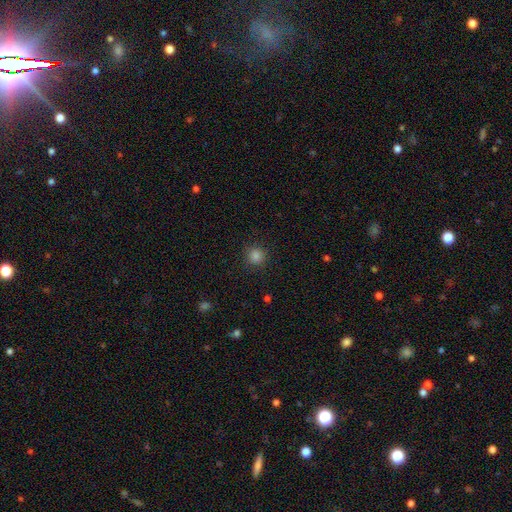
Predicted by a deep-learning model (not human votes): smooth 82%, star or artifact 14%, featured or disk 4%. Down the decision tree: how rounded — round (93%); merging — none (90%).